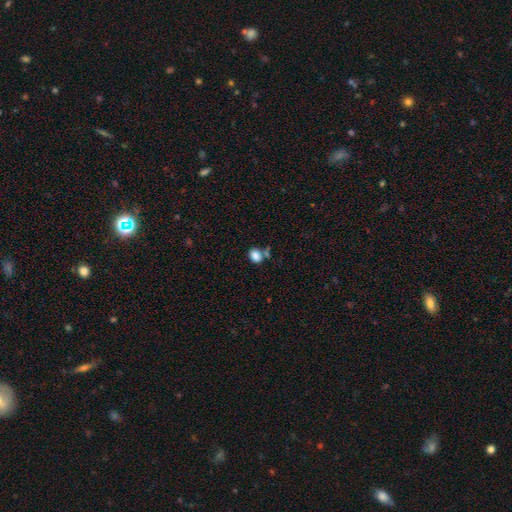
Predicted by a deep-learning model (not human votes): smooth 85%, star or artifact 10%, featured or disk 5%. Down the decision tree: how rounded — in between (67%); merging — none (59%).